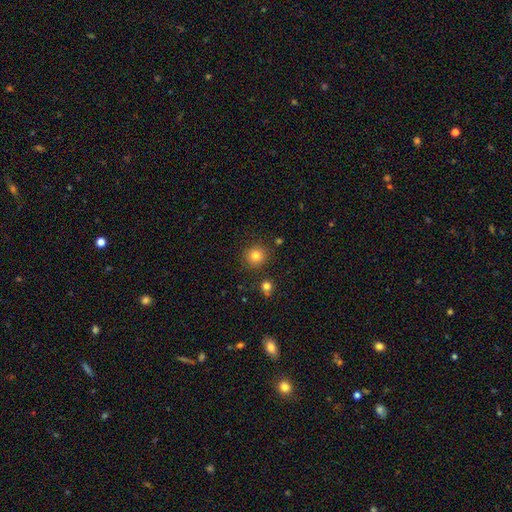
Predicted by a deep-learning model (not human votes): A smooth galaxy with no disk features (81%) that is round (92%).

Vote fractions:
- Smooth or featured? smooth: 81% / star or artifact: 12% / featured or disk: 7%
- How rounded? round: 92% / in between: 7% / cigar-shaped: 1%
- Merging? none: 87% / minor disturbance: 8% / merger: 4% / major disturbance: 2%